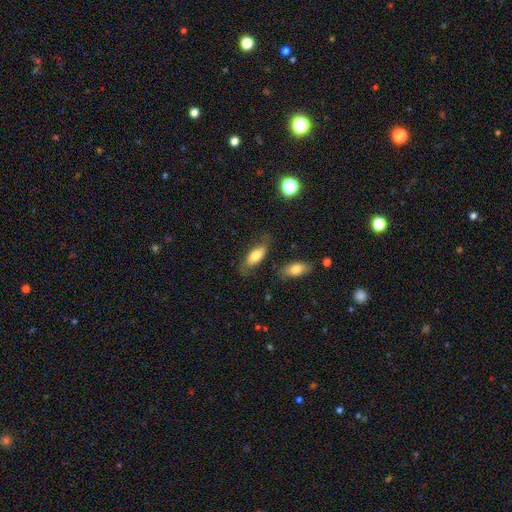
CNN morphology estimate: This is likely a smooth galaxy (69%). How rounded: clearly in between (81%). Merging: likely none (68%).